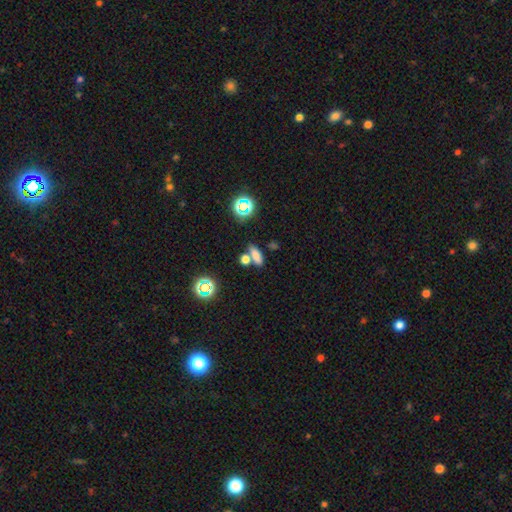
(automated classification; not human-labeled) Q: Smooth or featured?
A: smooth (72%); runner-up: star or artifact (18%)
Q: How rounded?
A: in between (57%); runner-up: cigar-shaped (32%)
Q: Merging?
A: none (60%); runner-up: merger (26%)